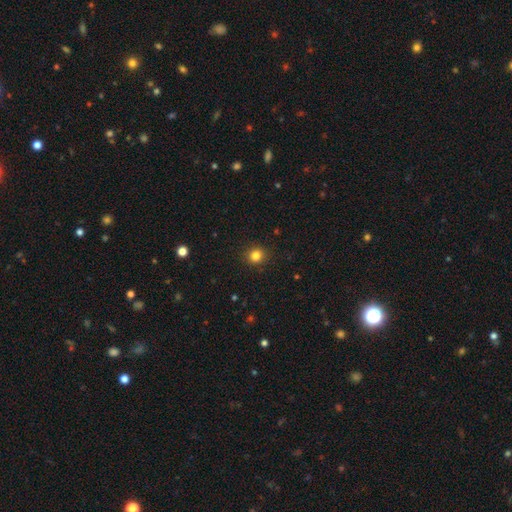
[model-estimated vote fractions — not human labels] Overall: smooth (83%). How rounded: round (89%). Merging: none (92%).